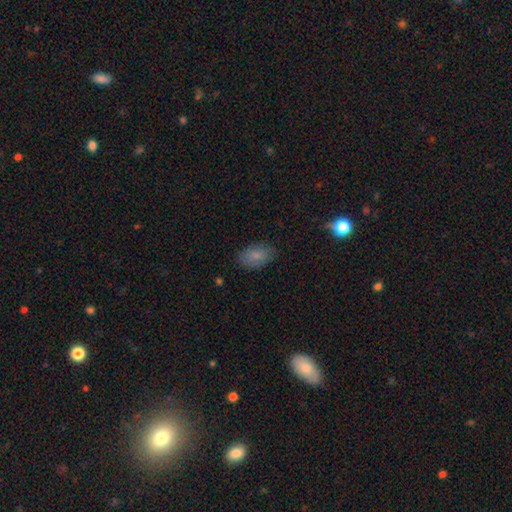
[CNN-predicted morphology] This appears to be a smooth galaxy with no disk features (83%) that is in between round and cigar-shaped (90%). Merging: none (82%).